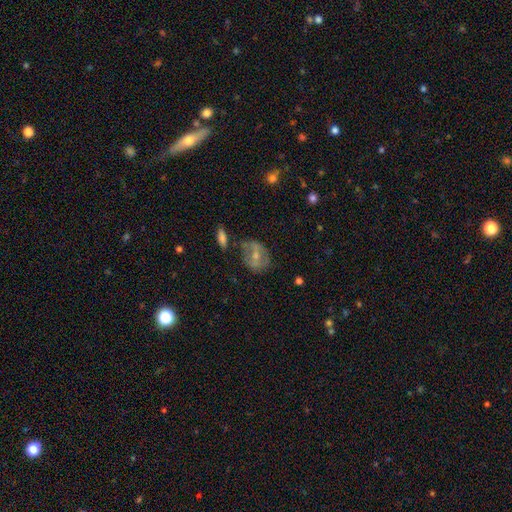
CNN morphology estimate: type=featured or disk (50%); merging=none (60%).